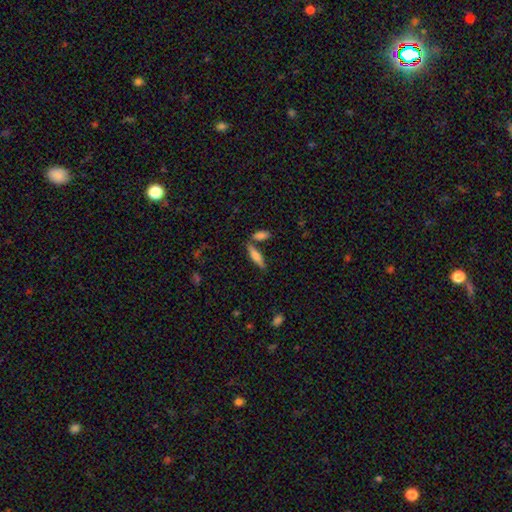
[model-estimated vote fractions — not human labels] Smooth or featured? smooth (65%)
How rounded? cigar-shaped (70%)
Merging? none (71%)